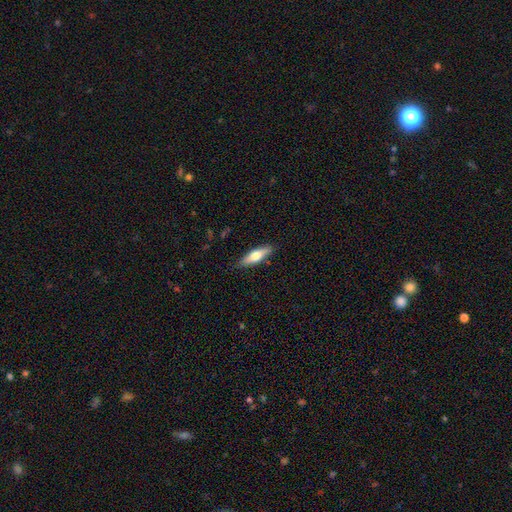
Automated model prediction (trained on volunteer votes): This appears to be a smooth galaxy with no disk features (59%) that is cigar-shaped (55%). Merging: none (86%).